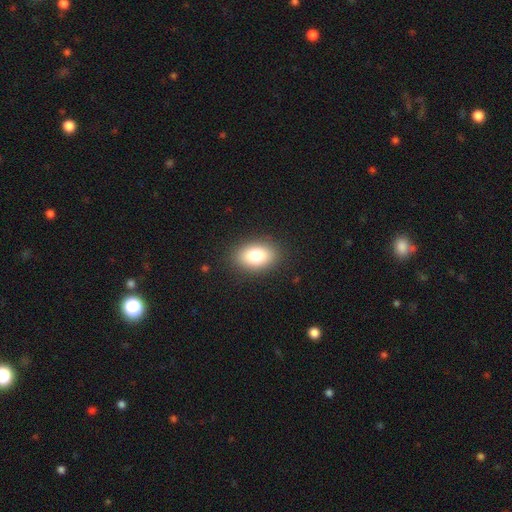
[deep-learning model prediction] The model was most divided on "smooth or featured": smooth: 80%, featured or disk: 11%, star or artifact: 9%. More confident: merging — none (88%); how rounded — in between (85%).